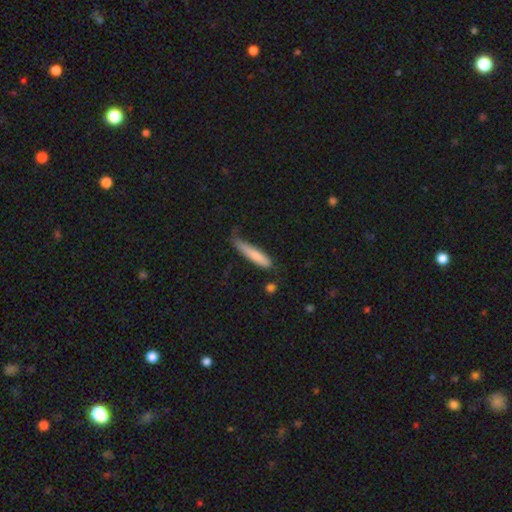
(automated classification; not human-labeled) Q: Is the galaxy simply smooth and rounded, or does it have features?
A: smooth — 75%.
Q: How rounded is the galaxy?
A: cigar-shaped — 87%.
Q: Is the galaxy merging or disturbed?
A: none — 50%.